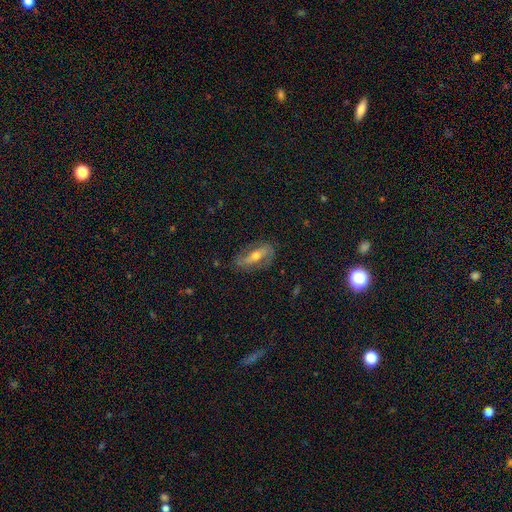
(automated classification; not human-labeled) Overall: featured or disk (63%; smooth 27%). Edge-on disk: no (76%). Merging: none (76%).